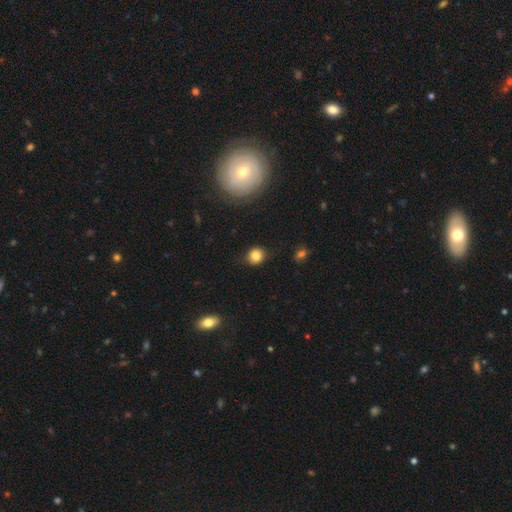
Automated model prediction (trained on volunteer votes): Q: Smooth or featured?
A: smooth (81%); runner-up: star or artifact (11%)
Q: How rounded?
A: round (74%); runner-up: in between (25%)
Q: Merging?
A: none (79%); runner-up: minor disturbance (15%)